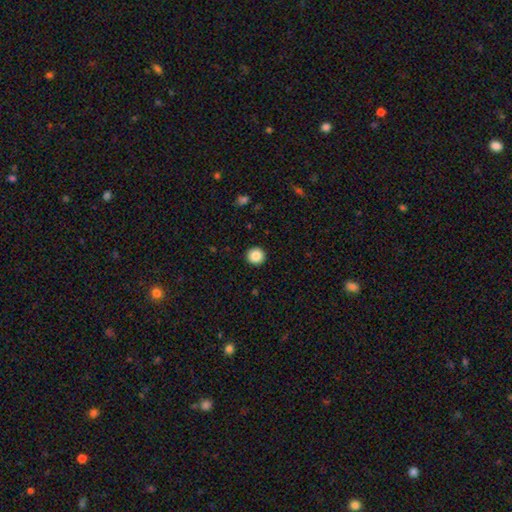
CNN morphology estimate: The model was most divided on "smooth or featured": smooth: 88%, star or artifact: 9%, featured or disk: 3%. More confident: how rounded — round (95%); merging — none (93%).